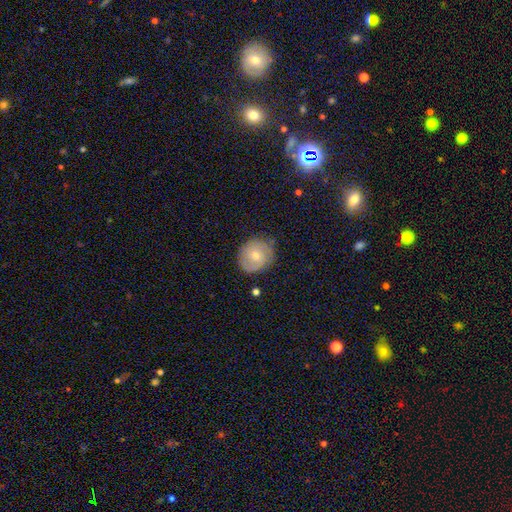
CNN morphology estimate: A smooth galaxy with no disk features (48%). Merging: none (80%).